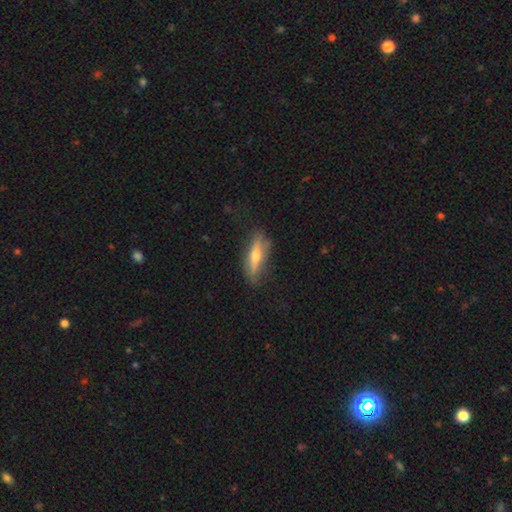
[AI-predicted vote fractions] This is possibly a featured or disk galaxy (50%). It is clearly viewed edge-on (85%). Merging: likely none (79%).